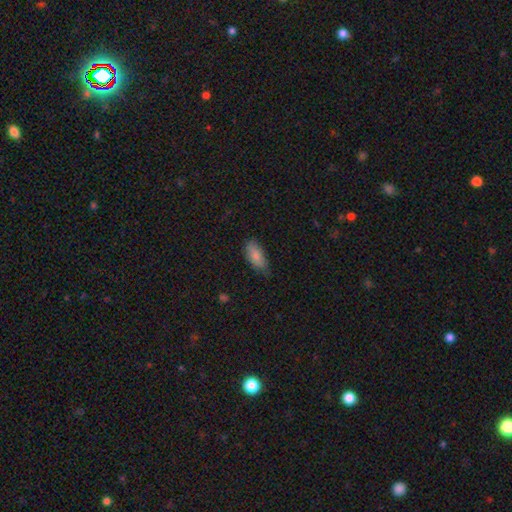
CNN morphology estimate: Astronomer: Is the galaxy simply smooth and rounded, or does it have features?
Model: smooth — 84%.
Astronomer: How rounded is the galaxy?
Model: in between — 88%.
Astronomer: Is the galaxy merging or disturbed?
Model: none — 66%.